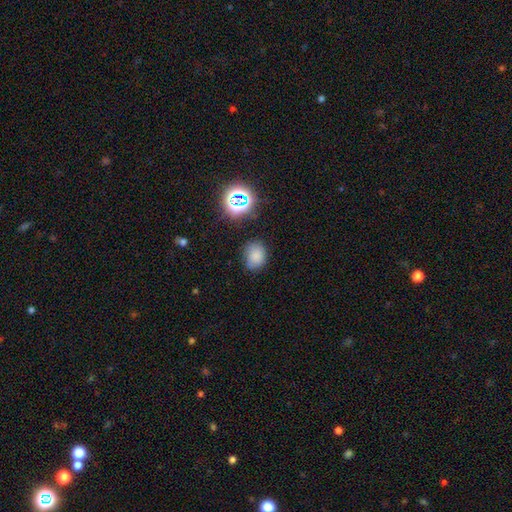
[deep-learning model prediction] smooth-or-featured: smooth: 77% | star or artifact: 17% | featured or disk: 7%
  how-rounded: round: 51% | in between: 48% | cigar-shaped: 1%
  merging: none: 70% | minor disturbance: 21% | major disturbance: 5% | merger: 3%